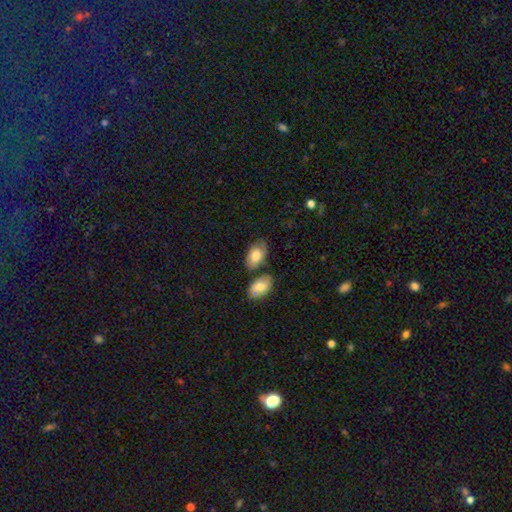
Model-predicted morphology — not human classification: A smooth galaxy with no disk features (75%) that is in between round and cigar-shaped (92%). Merging: none (58%).